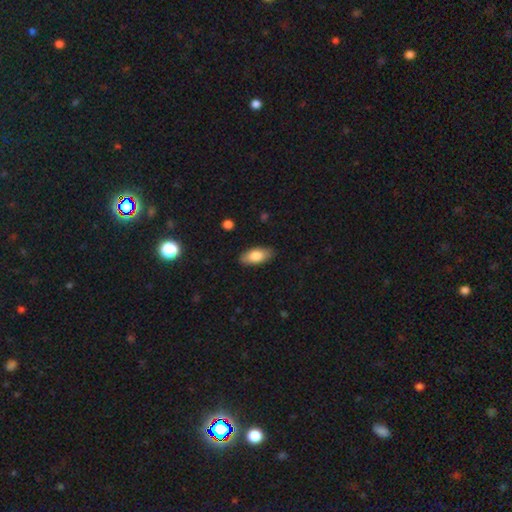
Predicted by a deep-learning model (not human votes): Overall: smooth (81%). How rounded: in between (89%). Merging: none (88%).